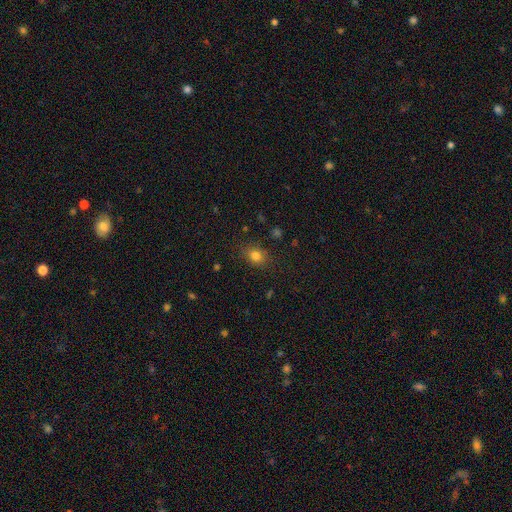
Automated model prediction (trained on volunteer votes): A smooth galaxy with no disk features (80%) that is in between round and cigar-shaped (59%).

Vote fractions:
- Smooth or featured? smooth: 80% / star or artifact: 13% / featured or disk: 7%
- How rounded? in between: 59% / round: 40% / cigar-shaped: 1%
- Merging? none: 82% / minor disturbance: 13% / major disturbance: 4% / merger: 1%